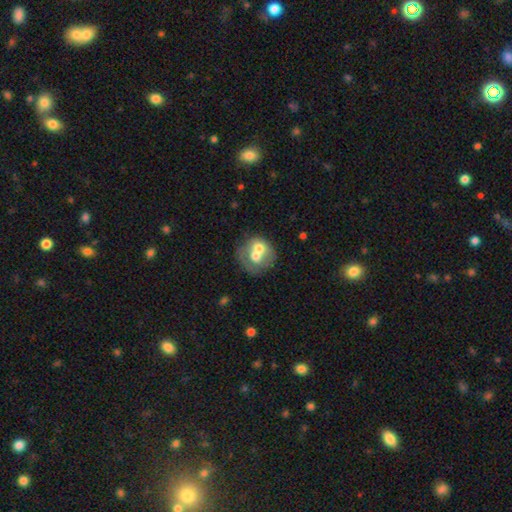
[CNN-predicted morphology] Smooth or featured? smooth (52%)
How rounded? round (70%)
Merging? merger (62%)